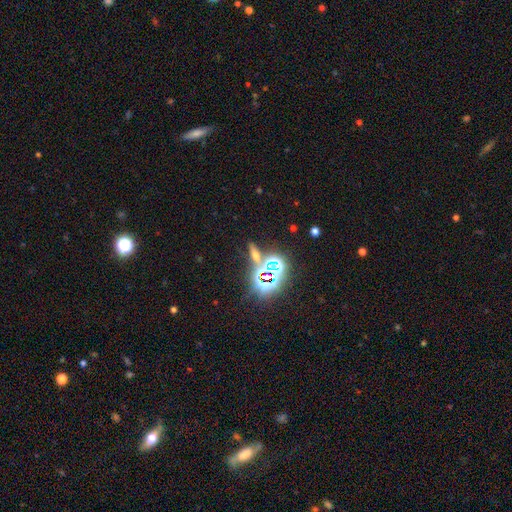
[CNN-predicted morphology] Overall: star or artifact (50%; smooth 30%).